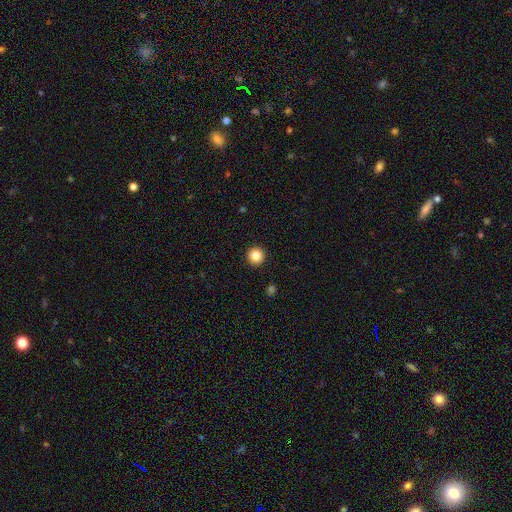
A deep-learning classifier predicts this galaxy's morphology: smooth_or_featured: smooth (p=0.86) [alt: star or artifact p=0.10]
how_rounded: round (p=0.96) [alt: in between p=0.03]
merging: none (p=0.94) [alt: minor disturbance p=0.04]